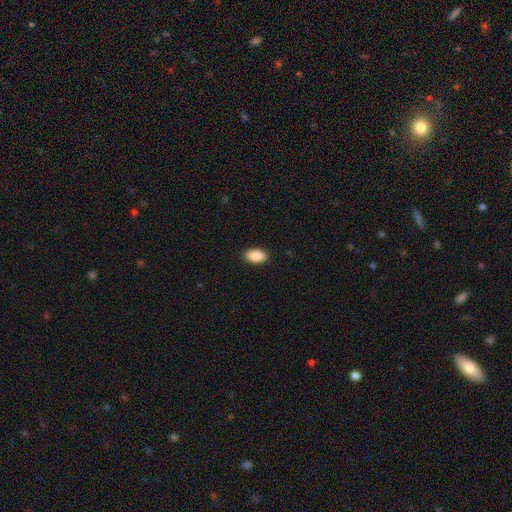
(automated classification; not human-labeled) smooth-or-featured: smooth: 90% | star or artifact: 7% | featured or disk: 4%
  how-rounded: in between: 94% | round: 4% | cigar-shaped: 2%
  merging: none: 90% | minor disturbance: 7% | major disturbance: 2% | merger: 1%